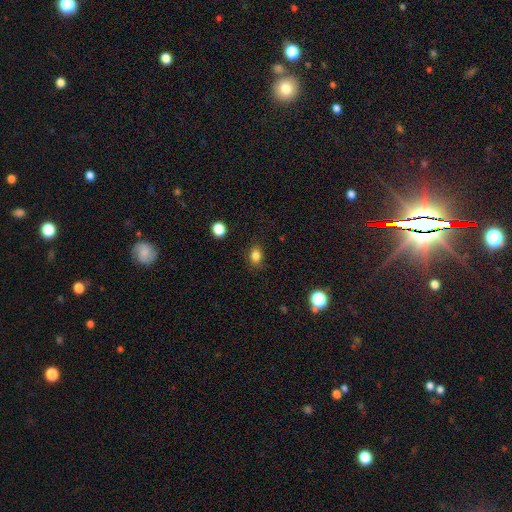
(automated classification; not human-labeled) smooth_or_featured: smooth (p=0.83) [alt: star or artifact p=0.12]
how_rounded: in between (p=0.63) [alt: round p=0.35]
merging: none (p=0.85) [alt: minor disturbance p=0.11]